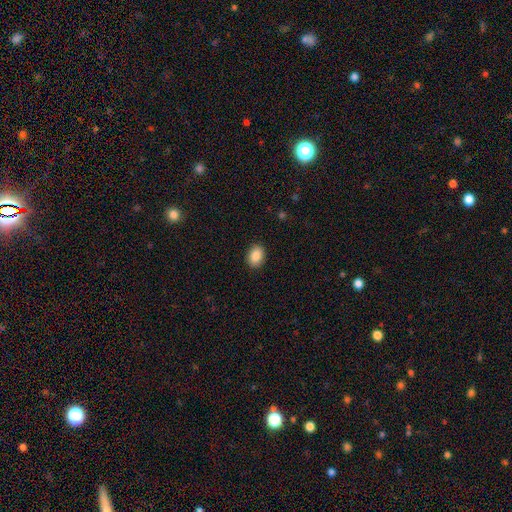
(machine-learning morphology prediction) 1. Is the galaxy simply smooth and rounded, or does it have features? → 88% smooth, 8% star or artifact, 4% featured or disk.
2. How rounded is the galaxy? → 73% in between, 26% round, 1% cigar-shaped.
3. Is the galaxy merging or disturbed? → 90% none, 7% minor disturbance, 2% major disturbance, 1% merger.